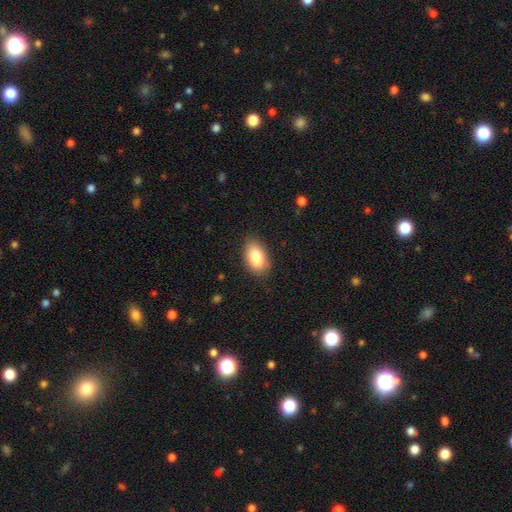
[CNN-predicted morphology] A smooth galaxy with no disk features (85%) that is in between round and cigar-shaped (93%).

Vote fractions:
- Smooth or featured? smooth: 85% / featured or disk: 8% / star or artifact: 7%
- How rounded? in between: 93% / round: 5% / cigar-shaped: 2%
- Merging? none: 80% / minor disturbance: 15% / major disturbance: 3% / merger: 1%